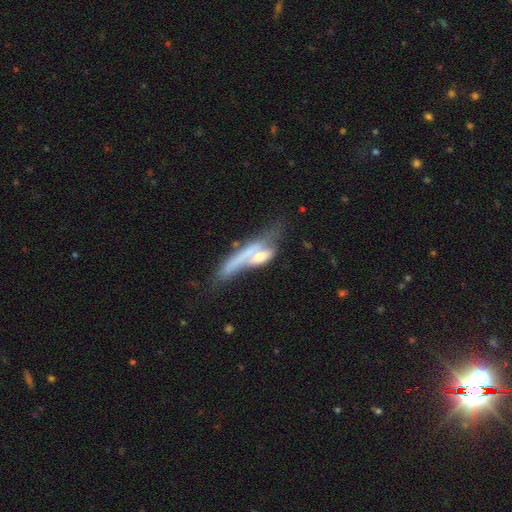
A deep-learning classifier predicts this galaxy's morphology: Smooth or featured: featured or disk — 48% (smooth — 44%)
Merging: merger — 48% (major disturbance — 20%)